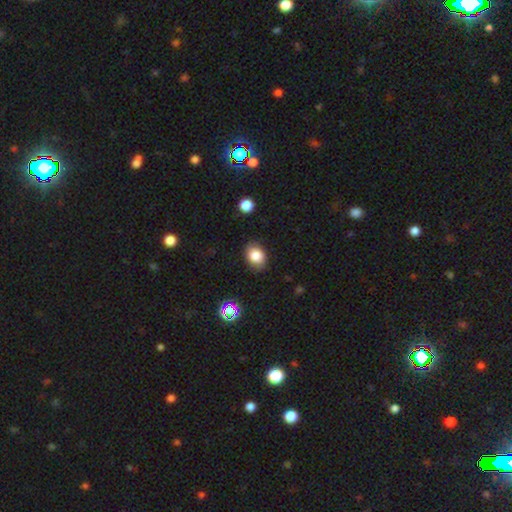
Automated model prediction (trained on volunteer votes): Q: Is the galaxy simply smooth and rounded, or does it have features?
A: smooth — 80%.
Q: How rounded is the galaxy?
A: in between — 62%.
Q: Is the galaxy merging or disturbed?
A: none — 82%.